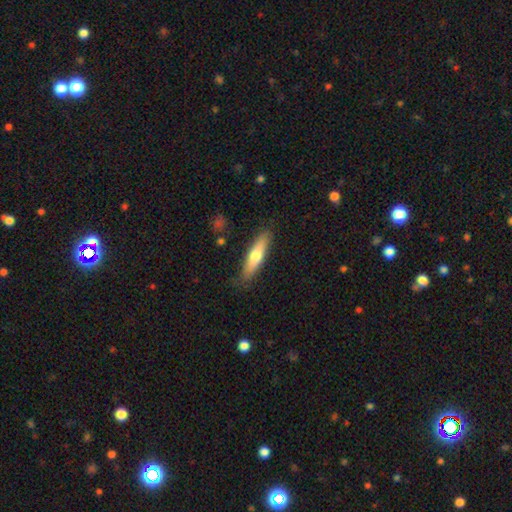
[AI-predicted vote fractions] This appears to be a smooth galaxy with no disk features (64%) that is cigar-shaped (75%). Merging: none (84%).